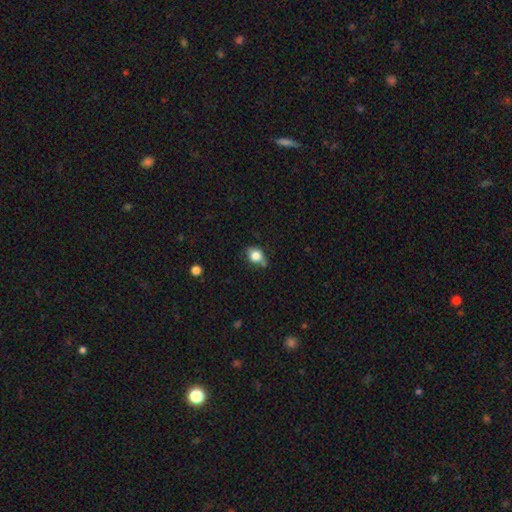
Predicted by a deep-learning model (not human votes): Smooth or featured?
  - smooth: 78% *
  - featured or disk: 12%
  - star or artifact: 10%
How rounded?
  - round: 55% *
  - in between: 43%
  - cigar-shaped: 2%
Merging?
  - none: 52% *
  - minor disturbance: 32%
  - major disturbance: 9%
  - merger: 7%